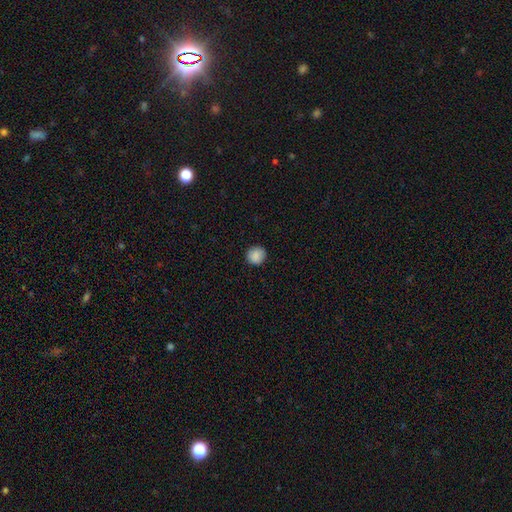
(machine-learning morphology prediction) The model was most divided on "smooth or featured": smooth: 86%, star or artifact: 8%, featured or disk: 5%. More confident: how rounded — round (92%); merging — none (89%).